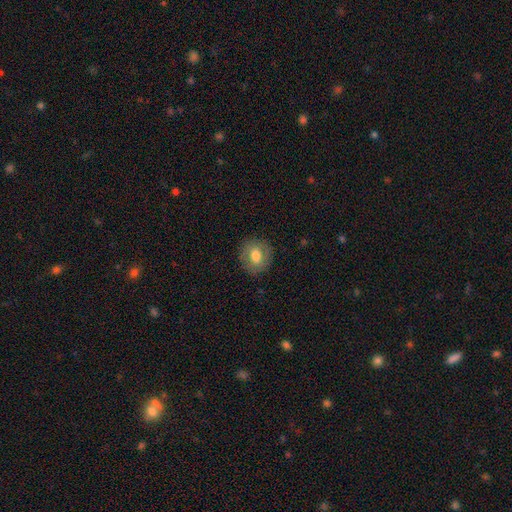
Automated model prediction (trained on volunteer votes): Q: Smooth or featured?
A: smooth (67%); runner-up: featured or disk (25%)
Q: How rounded?
A: round (78%); runner-up: in between (21%)
Q: Merging?
A: none (85%); runner-up: minor disturbance (10%)